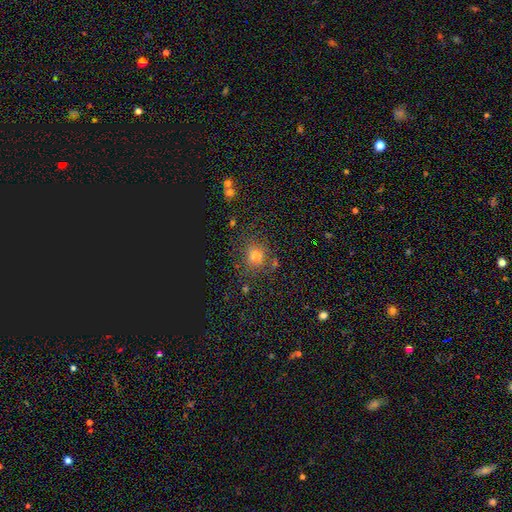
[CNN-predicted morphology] type=smooth (68%); roundness=round (75%); merging=none (70%).